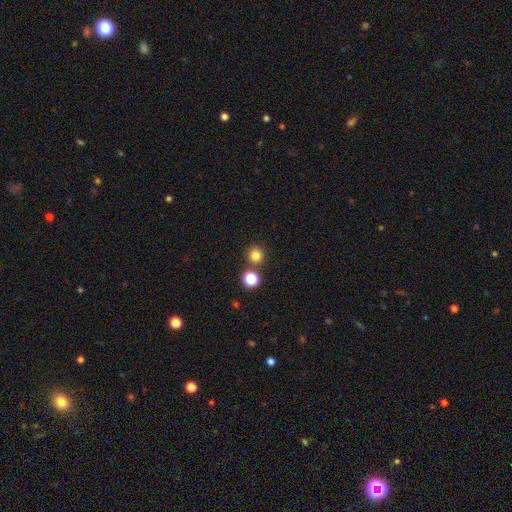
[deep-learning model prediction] smooth_or_featured: smooth (p=0.80) [alt: star or artifact p=0.15]
how_rounded: round (p=0.93) [alt: in between p=0.06]
merging: none (p=0.81) [alt: merger p=0.11]